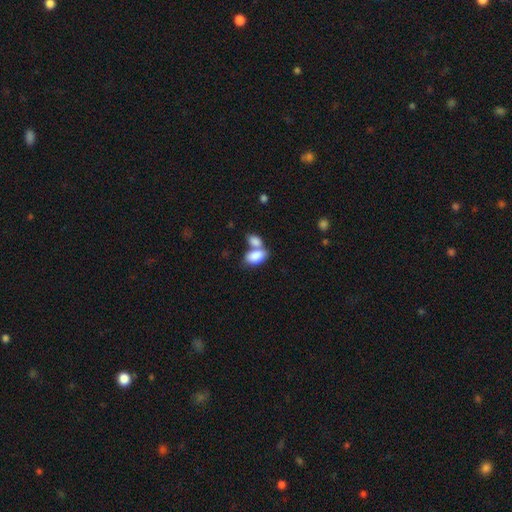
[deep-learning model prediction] Morphology: type=smooth (84%); roundness=in between (92%); merging=merger (58%).